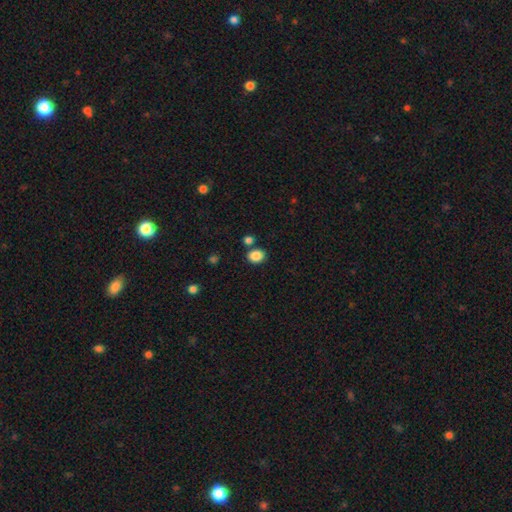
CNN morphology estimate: A smooth galaxy with no disk features (87%) that is in between round and cigar-shaped (51%).

Vote fractions:
- Smooth or featured? smooth: 87% / star or artifact: 9% / featured or disk: 4%
- How rounded? in between: 51% / round: 48% / cigar-shaped: 1%
- Merging? none: 75% / merger: 12% / minor disturbance: 10% / major disturbance: 3%